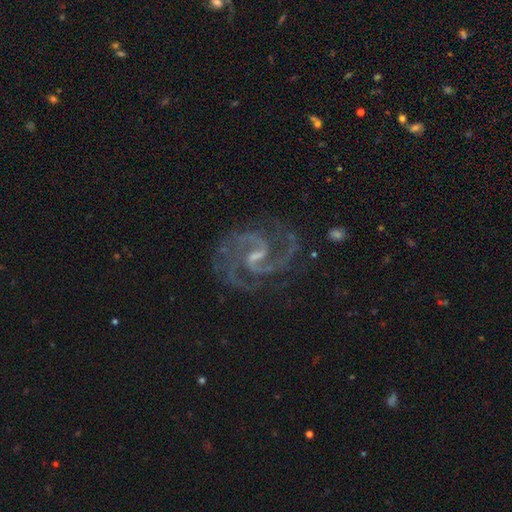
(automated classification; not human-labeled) The model was most divided on "bulge size": small: 50%, none: 24%, moderate: 24%, large: 2%, dominant: 1%. More confident: spiral arms — yes (98%); edge-on disk — no (98%); smooth or featured — featured or disk (93%); spiral arm count — 2 (78%); merging — none (71%); spiral winding — medium (66%); bar — weak (61%).